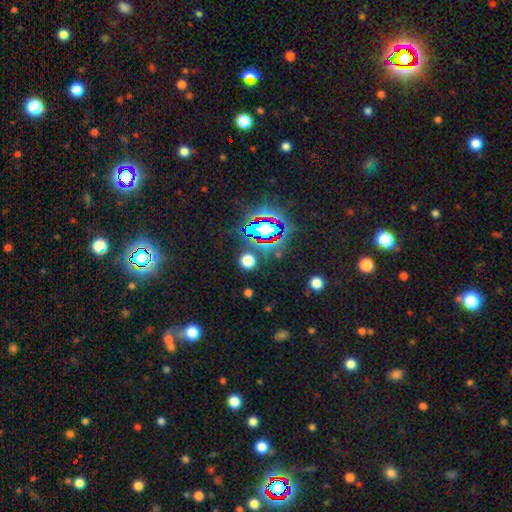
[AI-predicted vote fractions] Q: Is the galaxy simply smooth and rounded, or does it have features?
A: star or artifact — 79%.